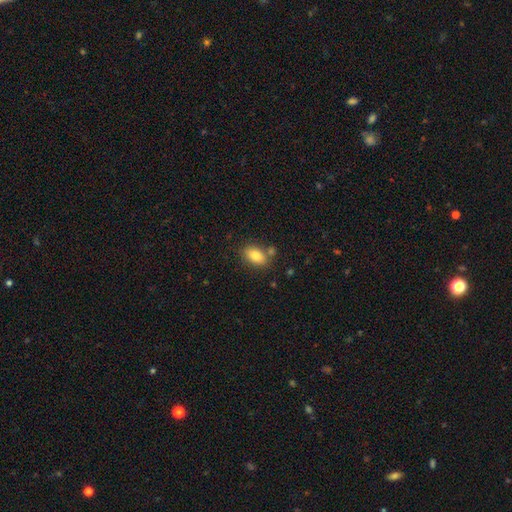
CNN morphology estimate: Smooth or featured?
  - smooth: 82% *
  - featured or disk: 10%
  - star or artifact: 9%
How rounded?
  - in between: 87% *
  - round: 11%
  - cigar-shaped: 2%
Merging?
  - none: 73% *
  - minor disturbance: 12%
  - merger: 11%
  - major disturbance: 3%